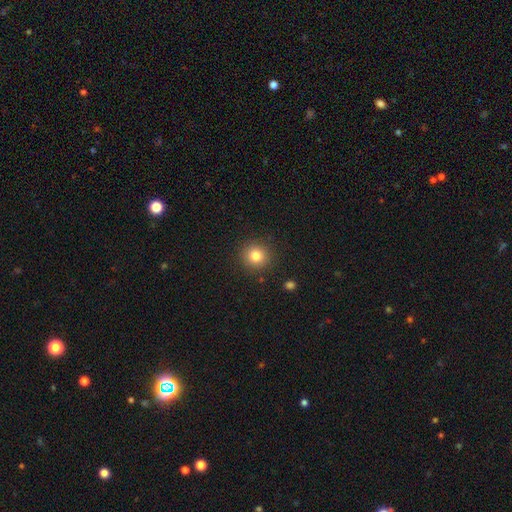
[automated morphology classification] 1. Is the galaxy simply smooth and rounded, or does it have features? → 81% smooth, 12% star or artifact, 7% featured or disk.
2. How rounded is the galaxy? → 93% round, 6% in between, 1% cigar-shaped.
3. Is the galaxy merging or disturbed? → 90% none, 6% minor disturbance, 2% major disturbance, 1% merger.